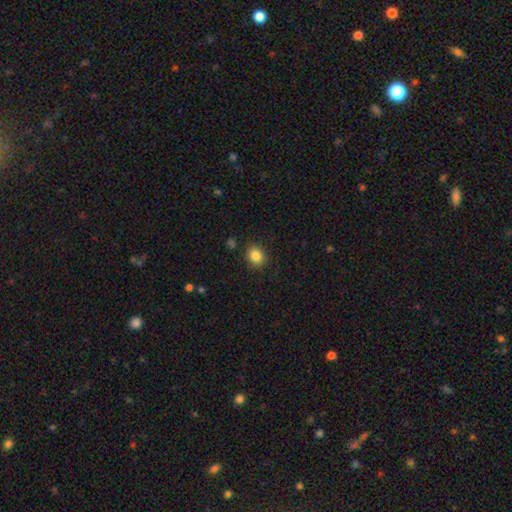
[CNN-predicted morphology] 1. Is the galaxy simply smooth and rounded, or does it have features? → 85% smooth, 10% star or artifact, 5% featured or disk.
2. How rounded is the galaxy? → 56% round, 43% in between, 1% cigar-shaped.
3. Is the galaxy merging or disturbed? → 86% none, 10% minor disturbance, 3% major disturbance, 2% merger.